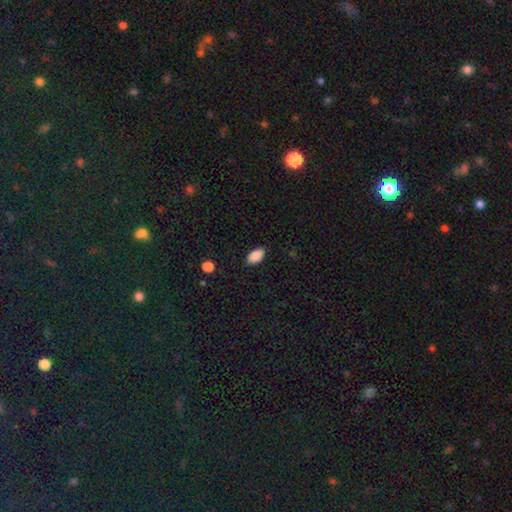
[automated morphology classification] smooth_or_featured: smooth (p=0.89) [alt: star or artifact p=0.08]
how_rounded: in between (p=0.93) [alt: round p=0.04]
merging: none (p=0.86) [alt: minor disturbance p=0.10]